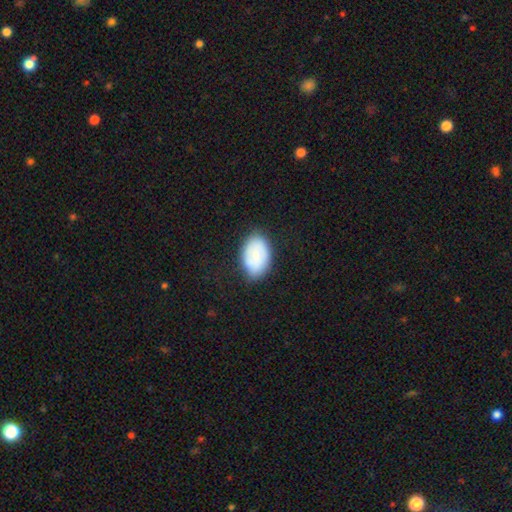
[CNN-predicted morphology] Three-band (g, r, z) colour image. It shows a smooth galaxy with no disk features (70%) that is in between round and cigar-shaped (89%). Merging: none (78%).